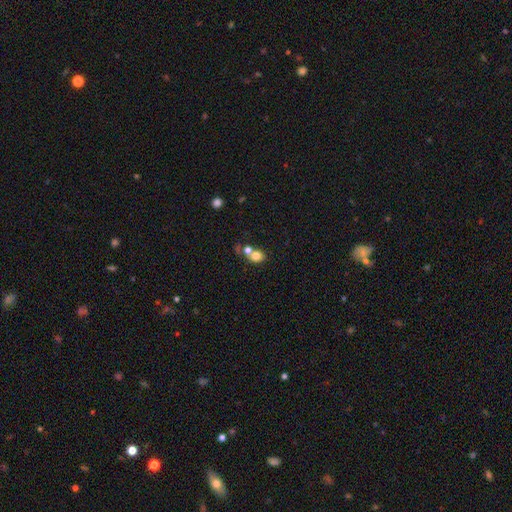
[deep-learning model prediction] smooth-or-featured: smooth: 76% | star or artifact: 12% | featured or disk: 11%
  how-rounded: round: 61% | in between: 38% | cigar-shaped: 1%
  merging: merger: 47% | none: 40% | minor disturbance: 8% | major disturbance: 5%